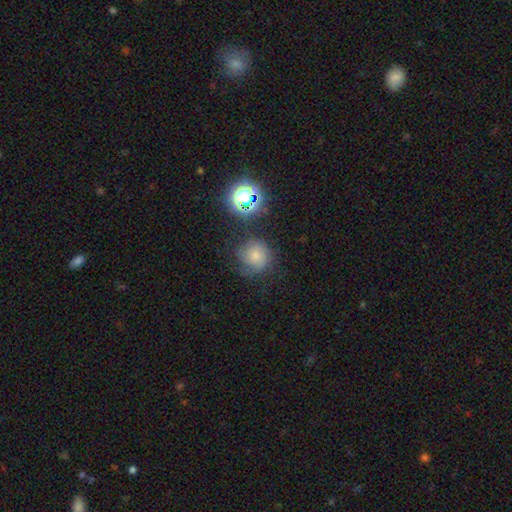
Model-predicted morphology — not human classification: This is marginally a smooth galaxy (45%). Merging: possibly none (57%).